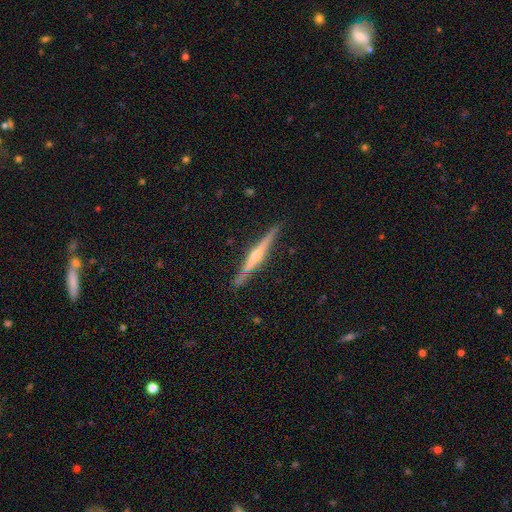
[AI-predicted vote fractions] Smooth or featured?
  - featured or disk: 76% *
  - smooth: 18%
  - star or artifact: 6%
Edge-on disk?
  - yes: 98% *
  - no: 2%
Edge-on bulge?
  - rounded: 80% *
  - none: 12%
  - boxy: 9%
Merging?
  - none: 86% *
  - minor disturbance: 10%
  - major disturbance: 2%
  - merger: 2%